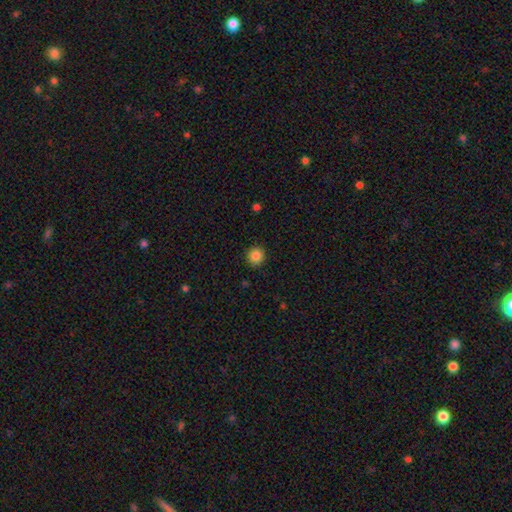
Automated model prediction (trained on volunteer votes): Smooth or featured? smooth (87%)
How rounded? round (91%)
Merging? none (91%)